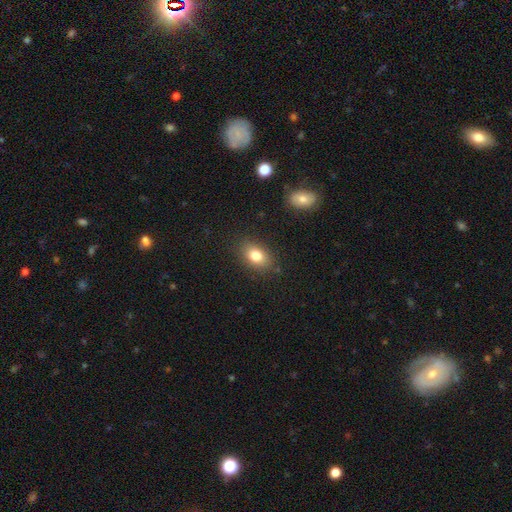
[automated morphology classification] Smooth or featured?
  - smooth: 80% *
  - featured or disk: 10%
  - star or artifact: 10%
How rounded?
  - in between: 78% *
  - round: 20%
  - cigar-shaped: 2%
Merging?
  - none: 84% *
  - minor disturbance: 11%
  - major disturbance: 3%
  - merger: 2%